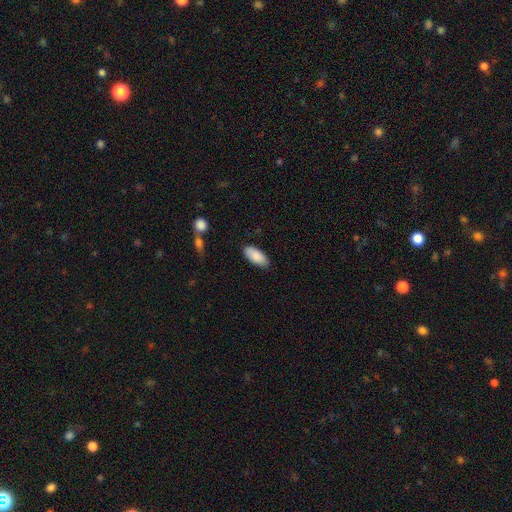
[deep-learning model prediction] Smooth or featured?
  - smooth: 88% *
  - featured or disk: 6%
  - star or artifact: 6%
How rounded?
  - in between: 90% *
  - cigar-shaped: 8%
  - round: 2%
Merging?
  - none: 83% *
  - minor disturbance: 13%
  - major disturbance: 2%
  - merger: 2%